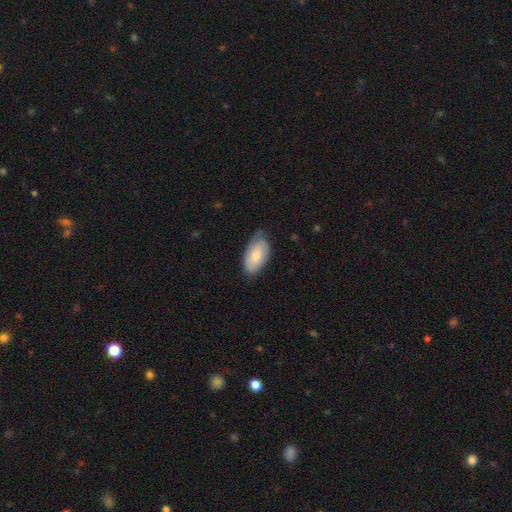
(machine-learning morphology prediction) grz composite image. It shows a smooth galaxy with no disk features (69%) that is in between round and cigar-shaped (95%). Merging: none (59%).